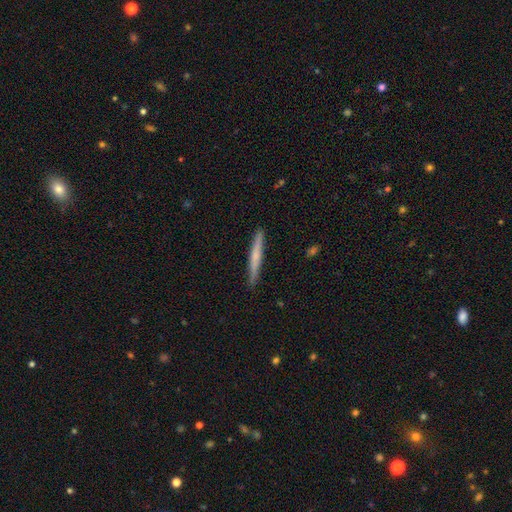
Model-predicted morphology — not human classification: type=smooth (53%); roundness=cigar-shaped (96%); merging=none (91%).